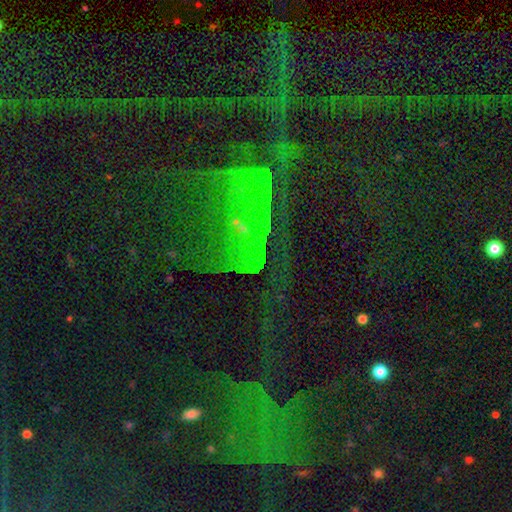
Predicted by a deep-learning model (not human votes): Smooth or featured?
  - star or artifact: 77% *
  - featured or disk: 12%
  - smooth: 11%